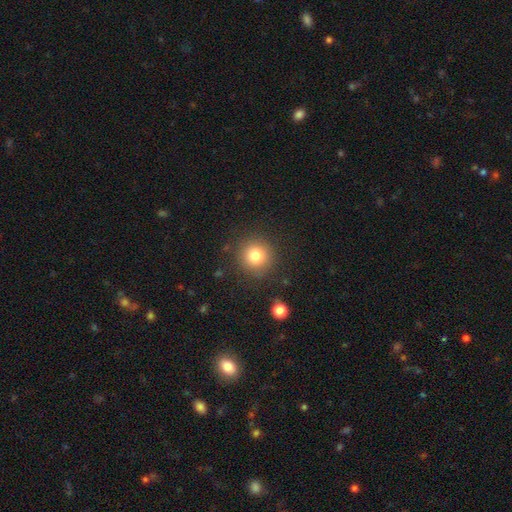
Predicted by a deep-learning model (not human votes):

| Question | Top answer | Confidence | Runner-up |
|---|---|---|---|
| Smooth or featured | smooth | 80% | star or artifact (12%) |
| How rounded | round | 93% | in between (6%) |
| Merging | none | 88% | minor disturbance (7%) |